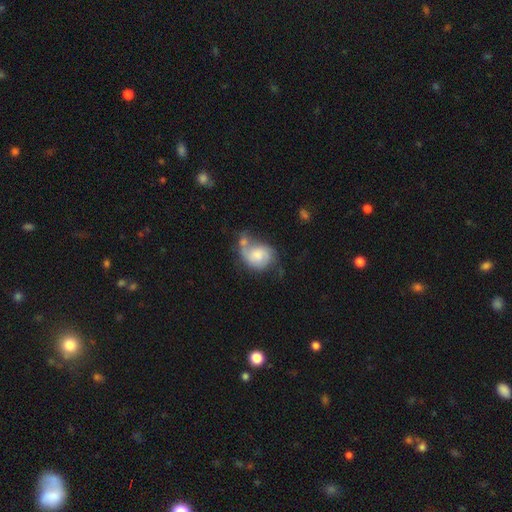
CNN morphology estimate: The model was most divided on "how rounded" (2-way tie): round: 49%, in between: 49%, cigar-shaped: 1%. Remaining: smooth or featured — smooth (51%); merging — merger (34%).